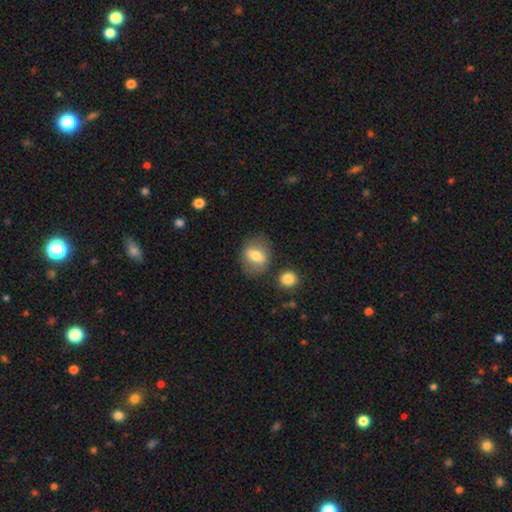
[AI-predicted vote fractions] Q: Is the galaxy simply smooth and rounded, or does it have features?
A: smooth — 65%.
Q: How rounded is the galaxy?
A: in between — 60%.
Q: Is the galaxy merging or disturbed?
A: none — 75%.